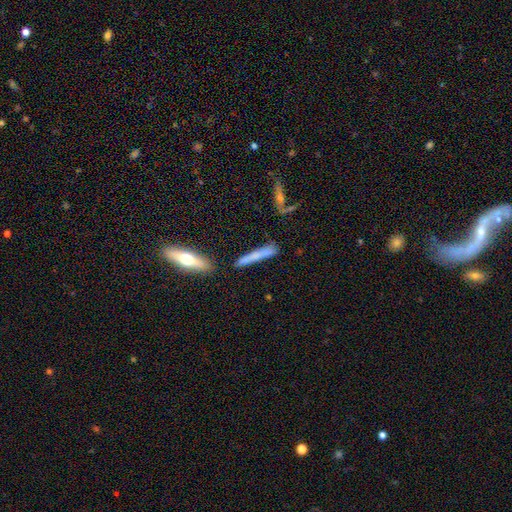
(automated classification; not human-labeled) smooth-or-featured: smooth: 60% | featured or disk: 31% | star or artifact: 8%
  how-rounded: cigar-shaped: 93% | in between: 5% | round: 2%
  merging: none: 79% | minor disturbance: 14% | merger: 5% | major disturbance: 3%